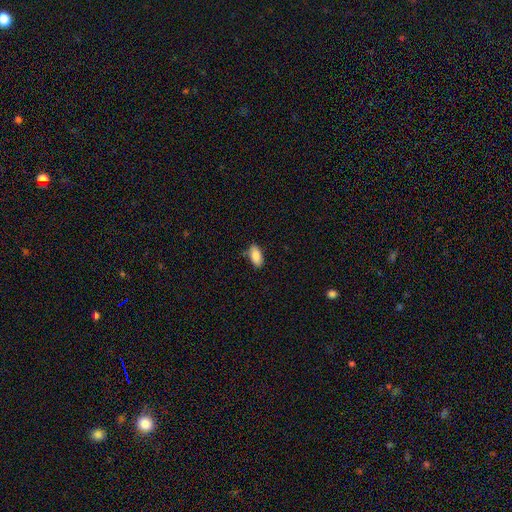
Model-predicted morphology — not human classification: smooth-or-featured: smooth: 88% | star or artifact: 7% | featured or disk: 5%
  how-rounded: in between: 91% | cigar-shaped: 6% | round: 3%
  merging: none: 77% | minor disturbance: 17% | major disturbance: 3% | merger: 2%